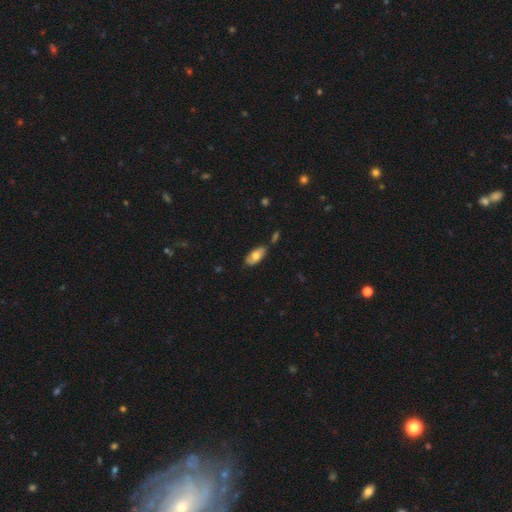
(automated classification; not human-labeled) A smooth galaxy with no disk features (66%) that is in between round and cigar-shaped (92%). Merging: none (71%).